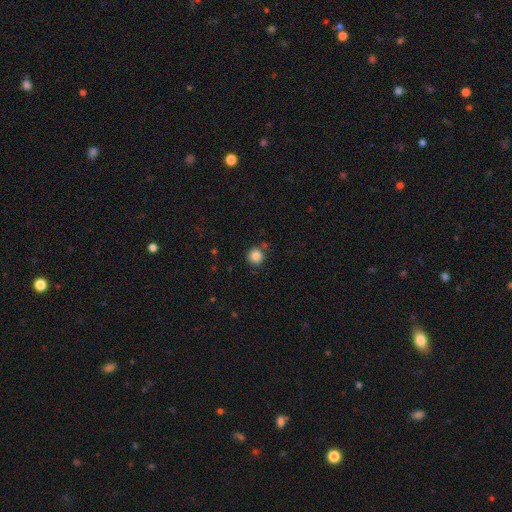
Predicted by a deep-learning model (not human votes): This appears to be a smooth galaxy with no disk features (84%) that is round (95%). Merging: none (84%).